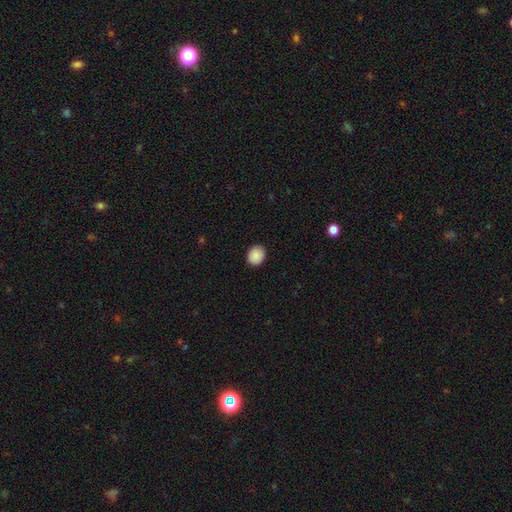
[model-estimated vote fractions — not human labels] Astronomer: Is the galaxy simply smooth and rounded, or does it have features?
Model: smooth — 89%.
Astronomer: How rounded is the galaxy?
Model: round — 65%.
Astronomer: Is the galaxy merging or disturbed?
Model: none — 90%.